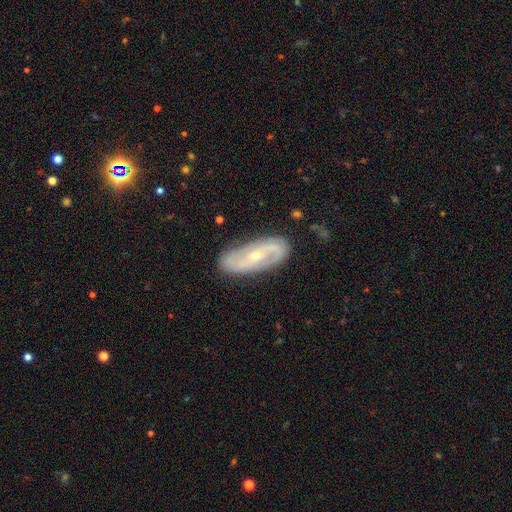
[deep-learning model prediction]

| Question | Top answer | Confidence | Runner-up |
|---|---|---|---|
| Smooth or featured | featured or disk | 78% | smooth (15%) |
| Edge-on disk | no | 89% | yes (11%) |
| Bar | no | 49% | weak (31%) |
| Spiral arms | yes | 86% | no (14%) |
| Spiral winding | medium | 39% | loose (32%) |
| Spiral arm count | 2 | 83% | can't tell (11%) |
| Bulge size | small | 63% | moderate (35%) |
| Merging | none | 82% | minor disturbance (13%) |